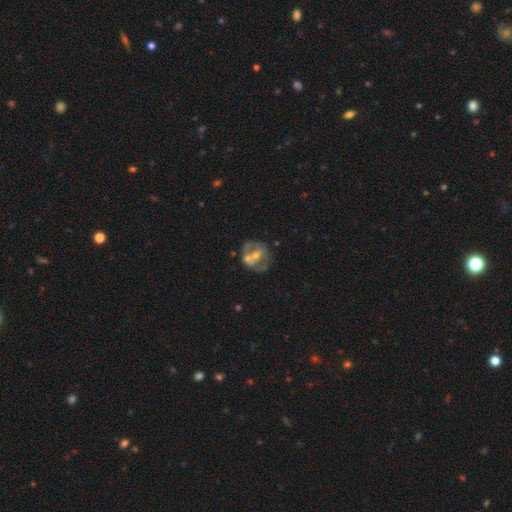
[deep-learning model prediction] Q: Smooth or featured?
A: featured or disk (64%); runner-up: smooth (27%)
Q: Edge-on disk?
A: no (97%); runner-up: yes (3%)
Q: Bar?
A: no (64%); runner-up: weak (24%)
Q: Spiral arms?
A: no (73%); runner-up: yes (27%)
Q: Bulge size?
A: moderate (51%); runner-up: small (40%)
Q: Merging?
A: none (47%); runner-up: merger (23%)